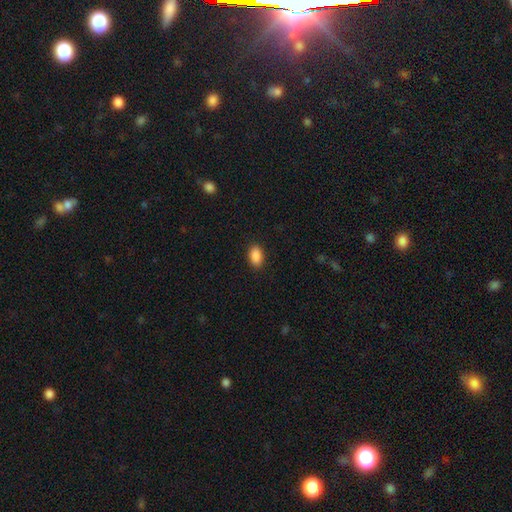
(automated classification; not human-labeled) smooth_or_featured: smooth (p=0.90) [alt: star or artifact p=0.08]
how_rounded: in between (p=0.91) [alt: round p=0.07]
merging: none (p=0.89) [alt: minor disturbance p=0.08]